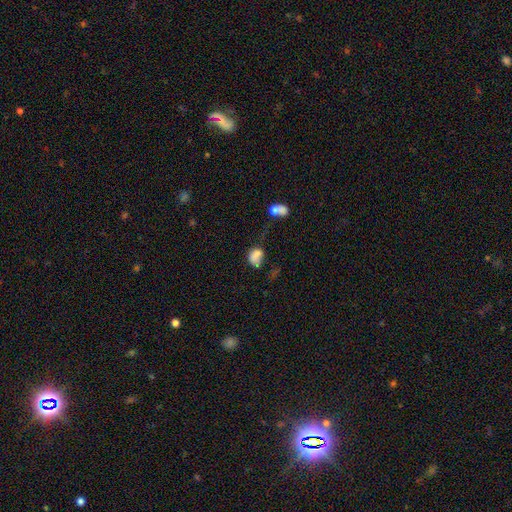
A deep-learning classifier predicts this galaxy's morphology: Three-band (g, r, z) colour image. It shows a smooth galaxy with no disk features (71%) that is in between round and cigar-shaped (65%). Merging: none (28%).